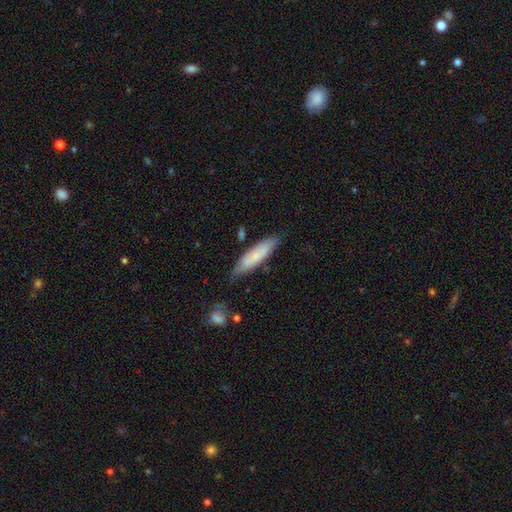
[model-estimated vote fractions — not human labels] smooth_or_featured: smooth (p=0.65) [alt: featured or disk p=0.29]
how_rounded: cigar-shaped (p=0.70) [alt: in between p=0.28]
merging: none (p=0.71) [alt: minor disturbance p=0.21]